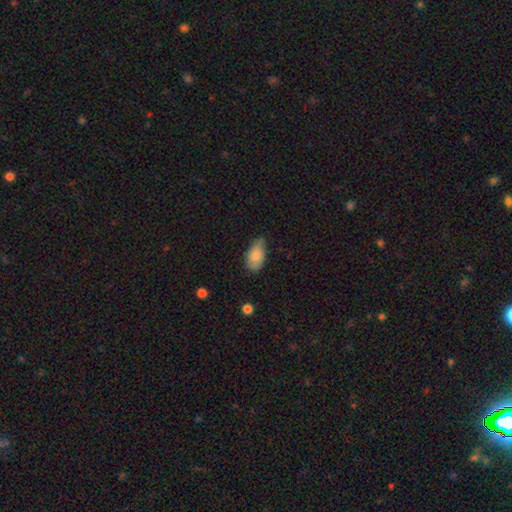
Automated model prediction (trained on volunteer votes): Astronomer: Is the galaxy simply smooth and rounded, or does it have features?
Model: smooth — 83%.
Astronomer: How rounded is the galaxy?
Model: in between — 93%.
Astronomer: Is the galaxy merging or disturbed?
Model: none — 58% (runner-up: minor disturbance, 34%).